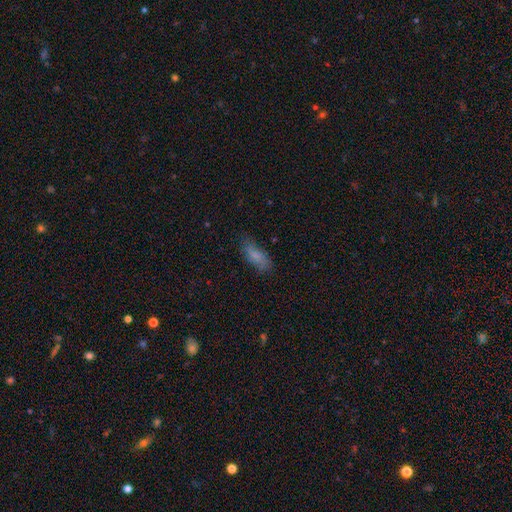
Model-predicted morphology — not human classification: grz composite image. It shows a smooth galaxy with no disk features (75%) that is in between round and cigar-shaped (75%). Merging: none (69%).